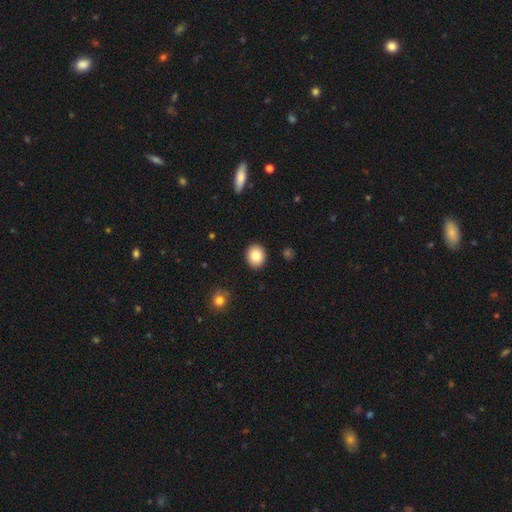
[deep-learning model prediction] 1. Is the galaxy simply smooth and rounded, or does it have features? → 84% smooth, 8% star or artifact, 7% featured or disk.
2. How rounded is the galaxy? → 71% round, 28% in between, 1% cigar-shaped.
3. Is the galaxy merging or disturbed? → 91% none, 6% minor disturbance, 2% major disturbance, 1% merger.